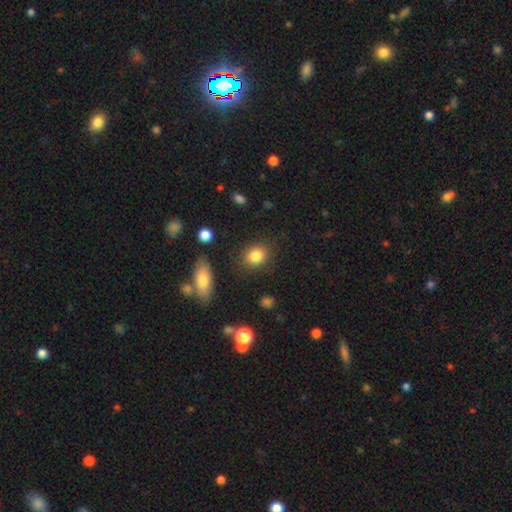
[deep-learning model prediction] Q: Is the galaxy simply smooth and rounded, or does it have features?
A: smooth — 84%.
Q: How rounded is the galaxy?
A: round — 59%.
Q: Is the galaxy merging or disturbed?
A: none — 84%.